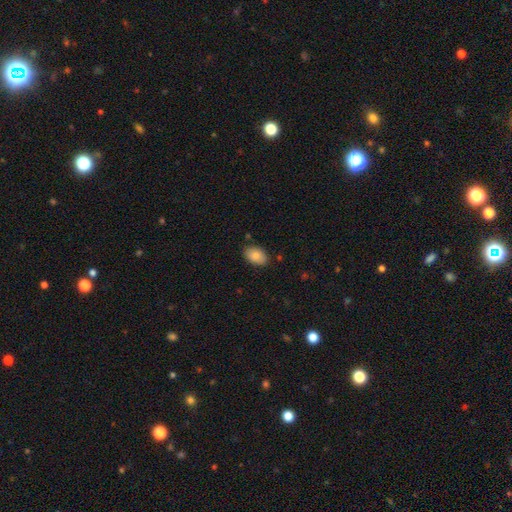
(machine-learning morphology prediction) Smooth or featured? smooth (85%)
How rounded? in between (88%)
Merging? none (83%)